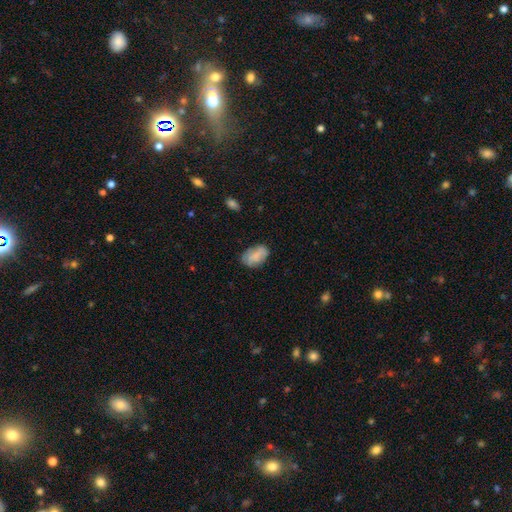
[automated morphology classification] This is likely a smooth galaxy (75%). How rounded: clearly in between (91%). Merging: likely none (68%).